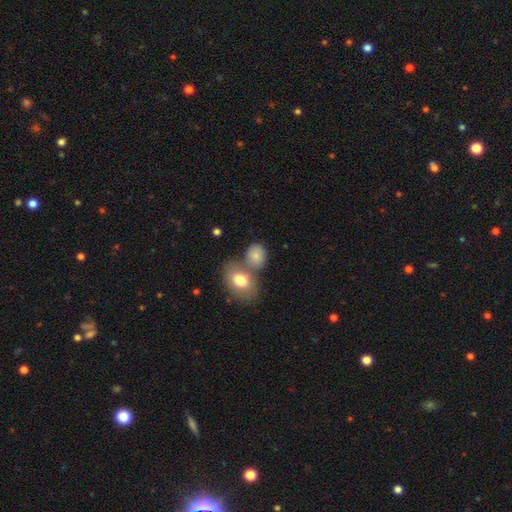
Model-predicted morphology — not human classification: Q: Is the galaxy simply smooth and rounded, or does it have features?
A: smooth — 81%.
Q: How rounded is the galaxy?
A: in between — 52%.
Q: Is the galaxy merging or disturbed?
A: none — 45%.